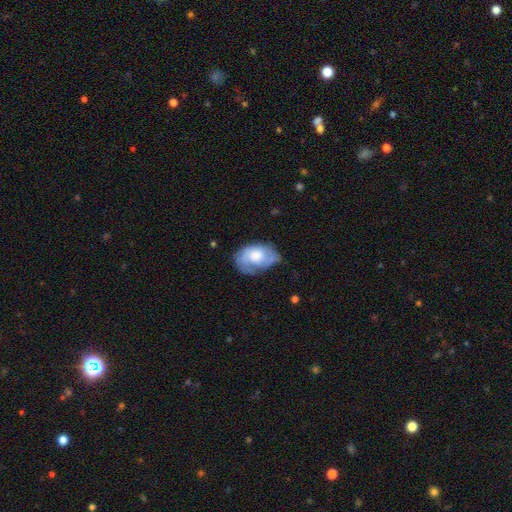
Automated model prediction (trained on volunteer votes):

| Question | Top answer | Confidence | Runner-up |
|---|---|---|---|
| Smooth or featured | featured or disk | 49% | smooth (44%) |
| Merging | none | 51% | minor disturbance (32%) |